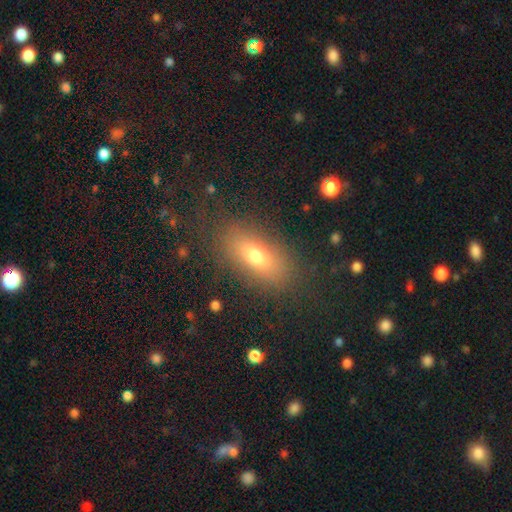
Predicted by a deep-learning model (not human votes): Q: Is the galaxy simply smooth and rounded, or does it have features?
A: smooth — 71%.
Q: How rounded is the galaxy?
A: in between — 79%.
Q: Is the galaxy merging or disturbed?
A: none — 83%.